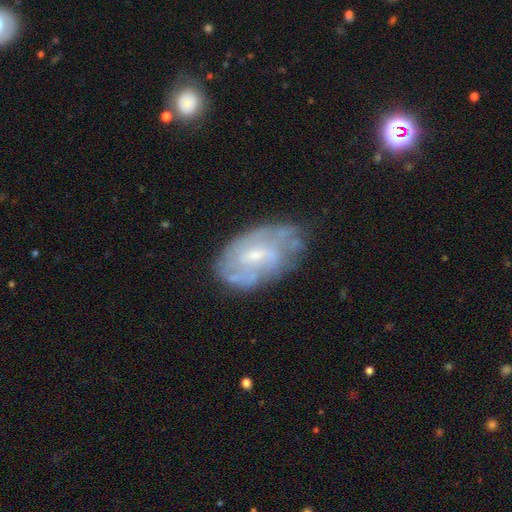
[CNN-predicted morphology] featured or disk 70%, smooth 23%, star or artifact 7%. Down the decision tree: edge-on disk — no (96%); bar — weak (49%); spiral arms — yes (69%); bulge size — small (61%); merging — none (60%).